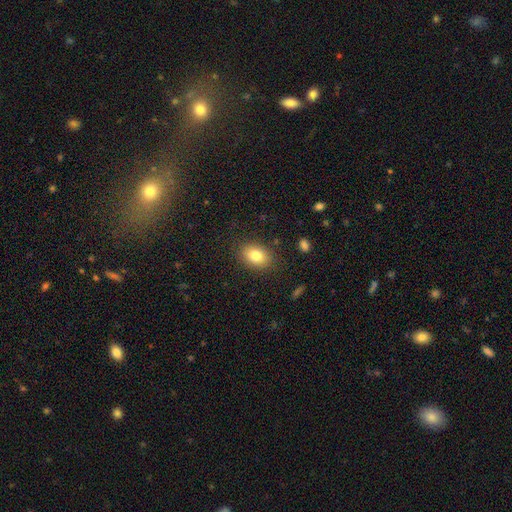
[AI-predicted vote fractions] smooth 81%, featured or disk 10%, star or artifact 9%. Down the decision tree: how rounded — in between (75%); merging — none (85%).